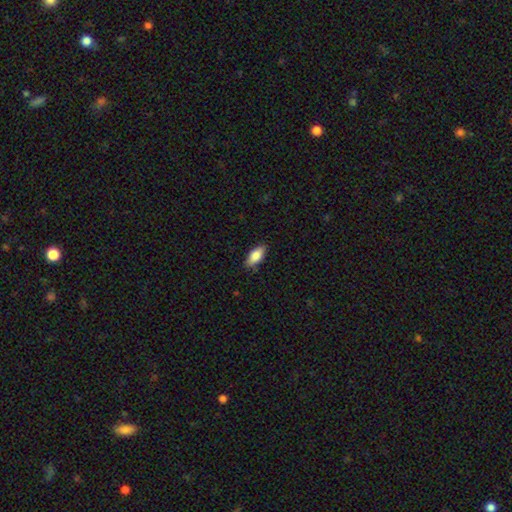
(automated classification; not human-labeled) A smooth galaxy with no disk features (80%) that is in between round and cigar-shaped (82%). Merging: none (84%).